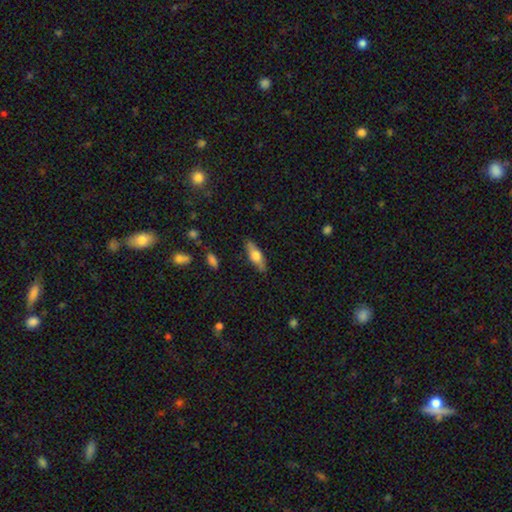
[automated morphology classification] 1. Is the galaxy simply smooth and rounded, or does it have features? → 56% smooth, 38% featured or disk, 6% star or artifact.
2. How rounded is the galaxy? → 54% in between, 43% cigar-shaped, 3% round.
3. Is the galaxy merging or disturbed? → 85% none, 12% minor disturbance, 2% major disturbance, 1% merger.